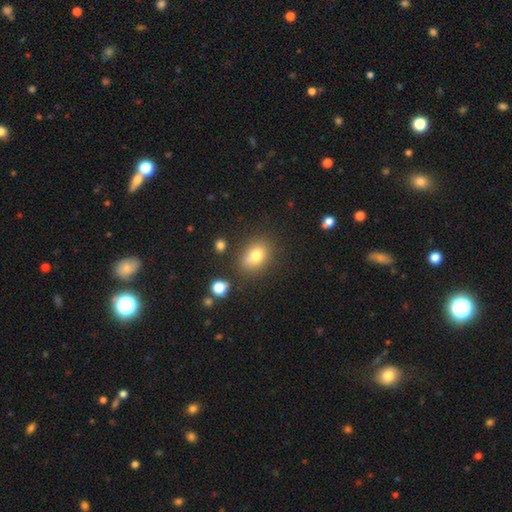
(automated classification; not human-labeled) Smooth or featured: smooth — 78% (star or artifact — 11%)
How rounded: in between — 67% (round — 32%)
Merging: none — 76% (minor disturbance — 14%)